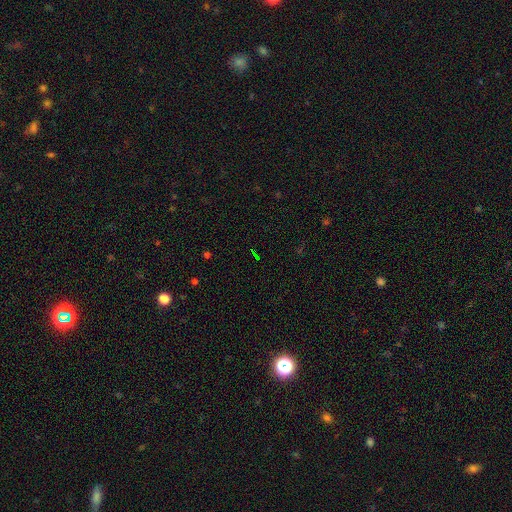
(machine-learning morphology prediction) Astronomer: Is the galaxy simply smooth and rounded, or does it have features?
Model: star or artifact — 73%.